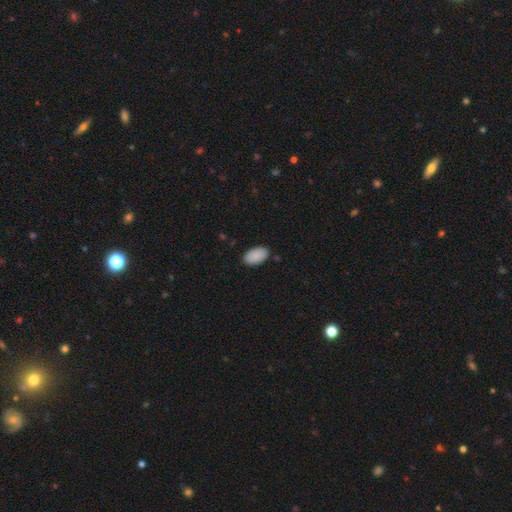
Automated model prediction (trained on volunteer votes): A smooth galaxy with no disk features (90%) that is in between round and cigar-shaped (95%). Merging: none (87%).